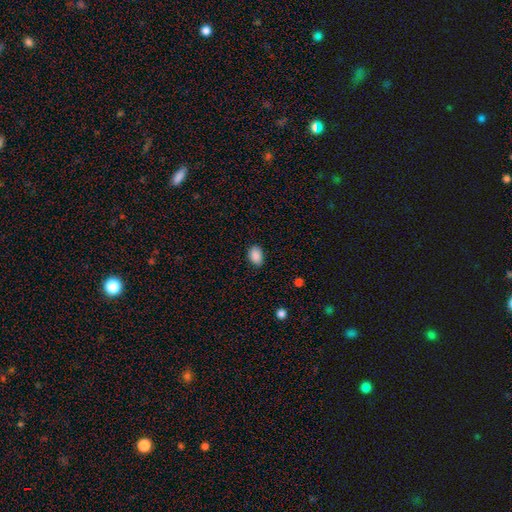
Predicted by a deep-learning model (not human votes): Smooth or featured?
  - smooth: 89% *
  - star or artifact: 8%
  - featured or disk: 3%
How rounded?
  - in between: 84% *
  - round: 15%
  - cigar-shaped: 1%
Merging?
  - none: 85% *
  - minor disturbance: 11%
  - major disturbance: 2%
  - merger: 1%